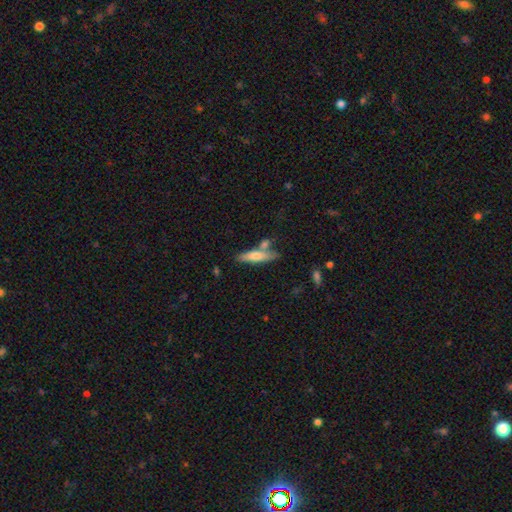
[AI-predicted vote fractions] A smooth galaxy with no disk features (65%) that is cigar-shaped (77%). Merging: none (66%).